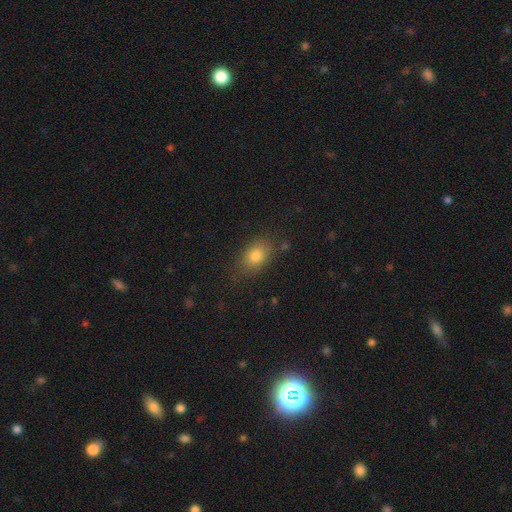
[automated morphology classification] type=smooth (80%); roundness=in between (80%); merging=none (78%).